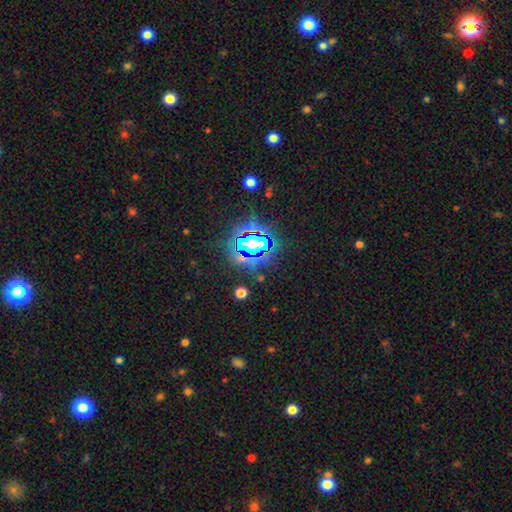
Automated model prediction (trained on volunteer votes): smooth_or_featured: star or artifact (p=0.83) [alt: smooth p=0.10]